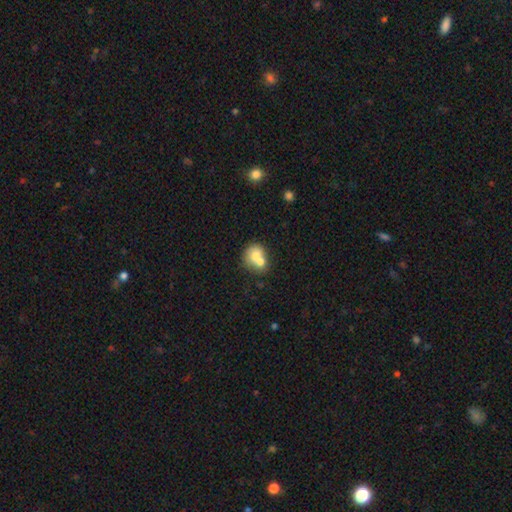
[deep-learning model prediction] The model was most divided on "merging": merger: 61%, none: 27%, minor disturbance: 8%, major disturbance: 4%. More confident: smooth or featured — smooth (68%); how rounded — round (67%).